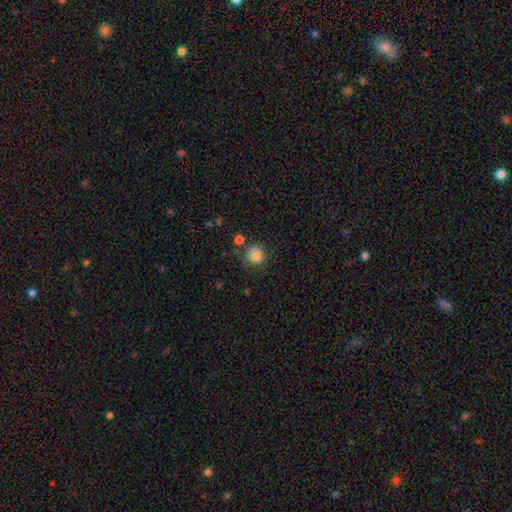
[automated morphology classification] This appears to be a smooth galaxy with no disk features (83%) that is round (89%). Merging: none (69%).